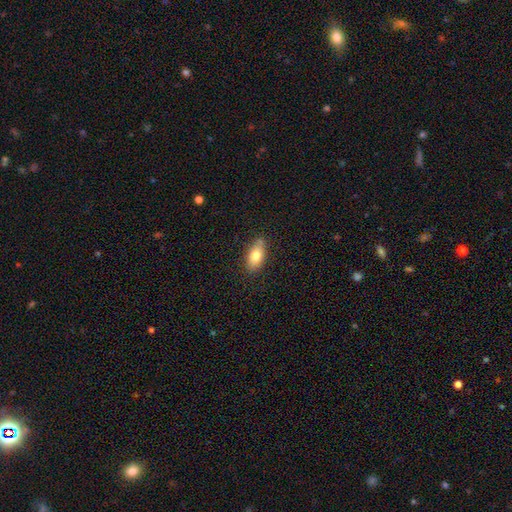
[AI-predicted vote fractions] The model was most divided on "merging": none: 77%, minor disturbance: 17%, major disturbance: 3%, merger: 3%. More confident: how rounded — in between (88%); smooth or featured — smooth (77%).